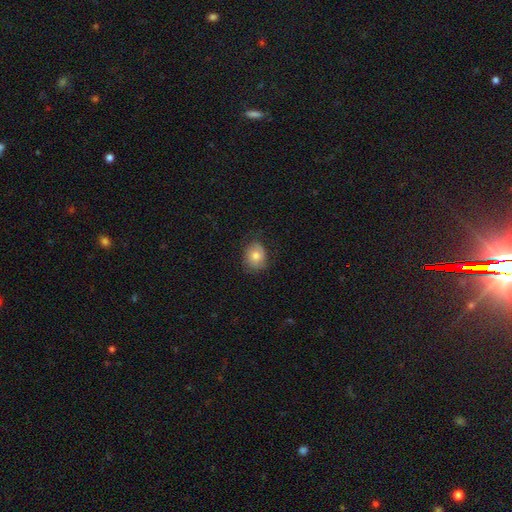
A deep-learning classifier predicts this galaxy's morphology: A smooth galaxy with no disk features (74%) that is round (58%). Merging: none (68%).